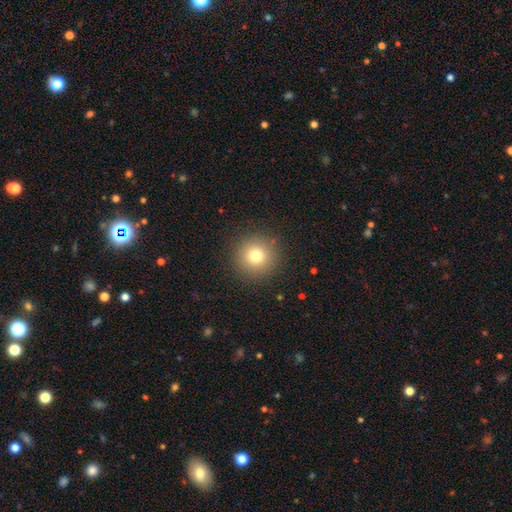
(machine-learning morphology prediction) smooth 78%, star or artifact 13%, featured or disk 9%. Down the decision tree: how rounded — round (95%); merging — none (90%).